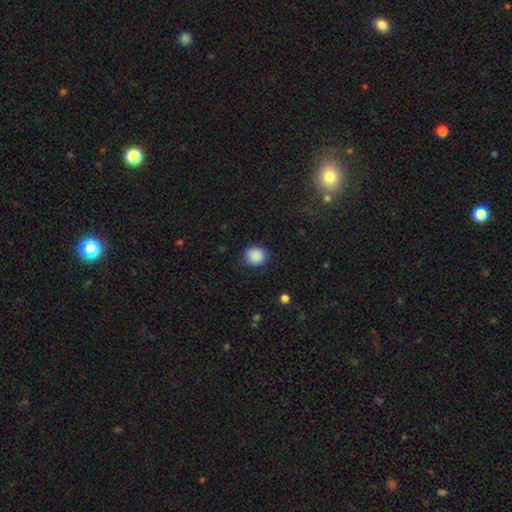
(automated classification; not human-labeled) Smooth or featured? Predicted: smooth (p=0.89). How rounded? Predicted: round (p=0.83). Merging? Predicted: none (p=0.84).